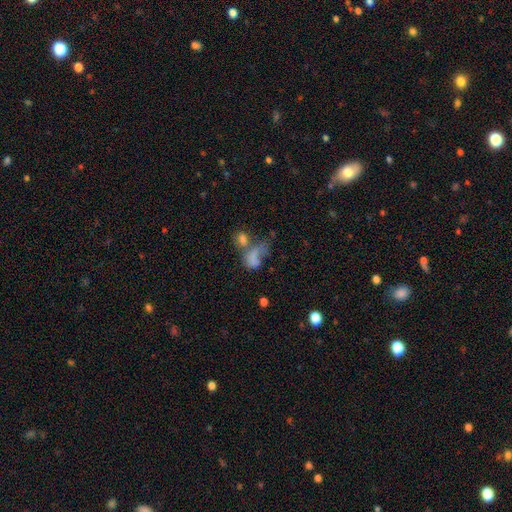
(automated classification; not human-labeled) Smooth or featured? Predicted: smooth (p=0.41). Merging? Predicted: none (p=0.39).